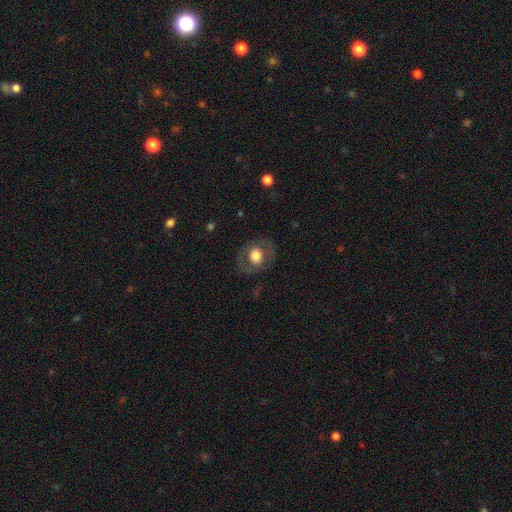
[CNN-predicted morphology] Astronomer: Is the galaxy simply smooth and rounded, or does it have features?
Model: smooth — 58% (runner-up: featured or disk, 34%).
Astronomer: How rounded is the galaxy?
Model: round — 66%.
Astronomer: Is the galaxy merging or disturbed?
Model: none — 77%.